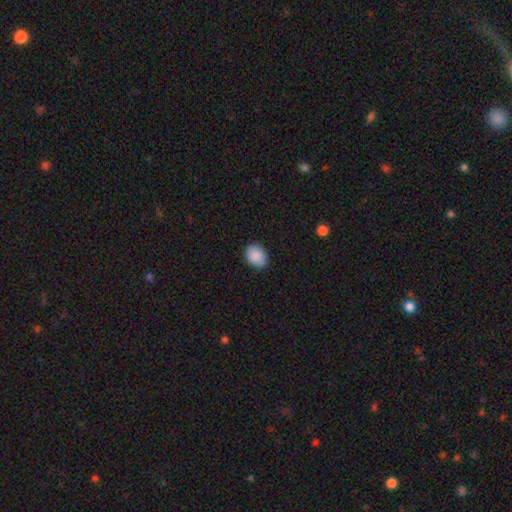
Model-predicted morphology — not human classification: smooth-or-featured: smooth: 89% | star or artifact: 7% | featured or disk: 3%
  how-rounded: in between: 61% | round: 39% | cigar-shaped: 1%
  merging: none: 84% | minor disturbance: 13% | major disturbance: 2% | merger: 1%